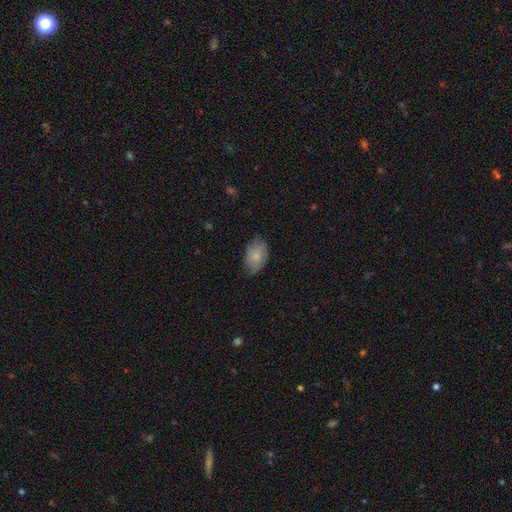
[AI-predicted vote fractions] Overall: smooth (77%). How rounded: in between (91%). Merging: none (68%).